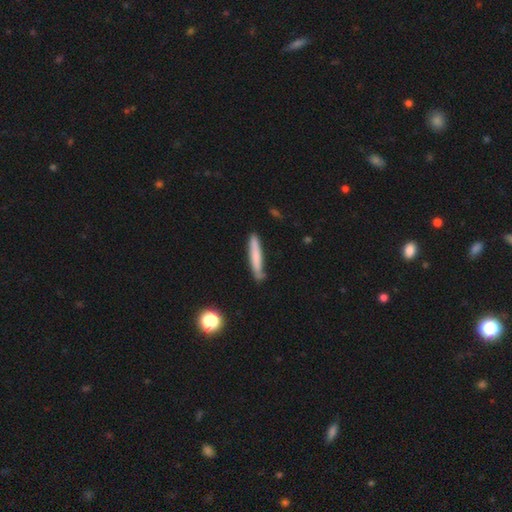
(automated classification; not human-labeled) The model was most divided on "smooth or featured": smooth: 70%, featured or disk: 23%, star or artifact: 7%. More confident: how rounded — cigar-shaped (94%); merging — none (76%).